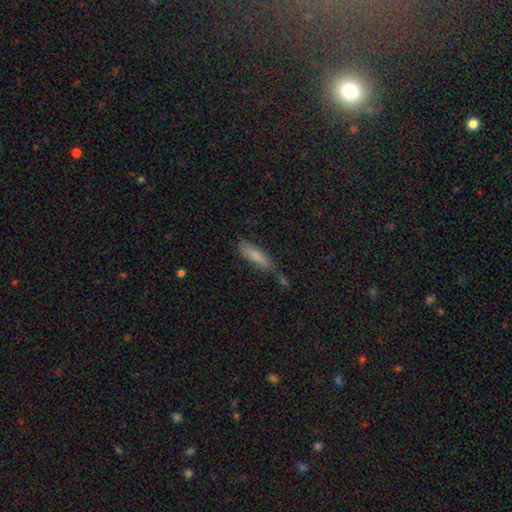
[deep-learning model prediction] Q: Smooth or featured?
A: smooth (79%); runner-up: featured or disk (13%)
Q: How rounded?
A: cigar-shaped (62%); runner-up: in between (36%)
Q: Merging?
A: none (55%); runner-up: minor disturbance (26%)